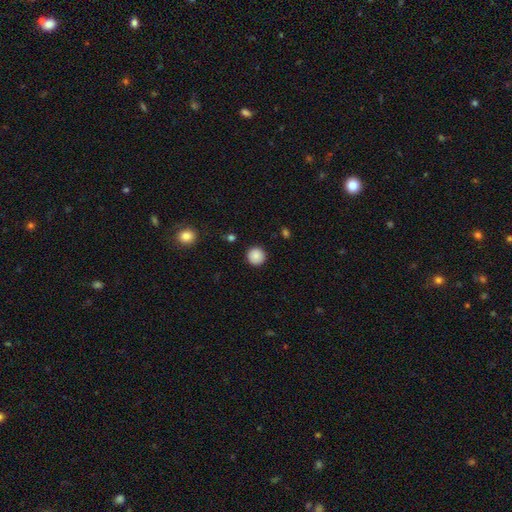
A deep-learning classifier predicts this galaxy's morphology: smooth-or-featured: smooth: 88% | star or artifact: 9% | featured or disk: 4%
  how-rounded: round: 95% | in between: 4% | cigar-shaped: 1%
  merging: none: 92% | minor disturbance: 5% | major disturbance: 2% | merger: 1%